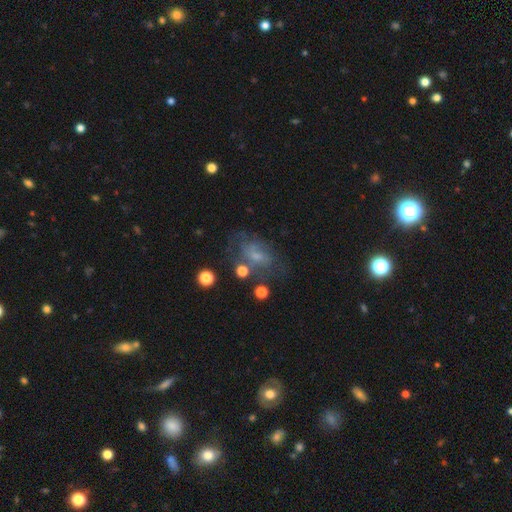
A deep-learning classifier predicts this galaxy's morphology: This appears to be a featured or disk galaxy (47%). Merging: none (46%).